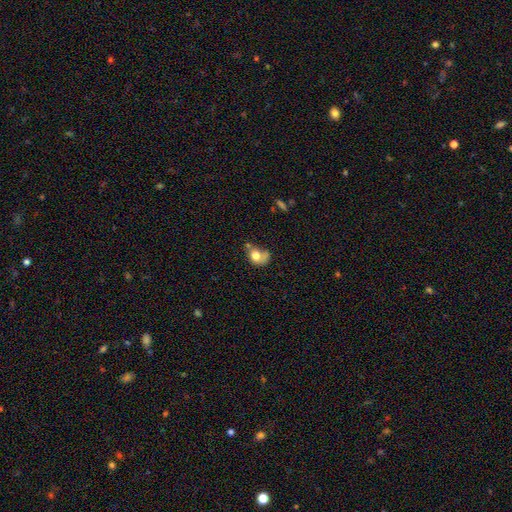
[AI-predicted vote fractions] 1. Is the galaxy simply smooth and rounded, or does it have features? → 70% smooth, 19% featured or disk, 10% star or artifact.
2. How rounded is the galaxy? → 51% in between, 48% round, 1% cigar-shaped.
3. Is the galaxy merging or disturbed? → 29% none, 26% merger, 23% minor disturbance, 22% major disturbance.